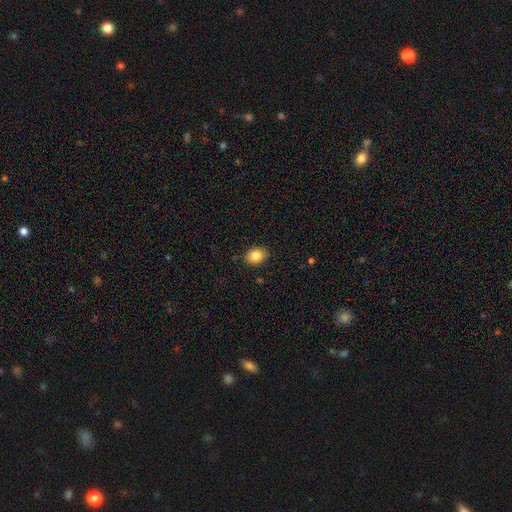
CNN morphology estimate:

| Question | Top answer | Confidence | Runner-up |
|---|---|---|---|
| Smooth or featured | smooth | 84% | star or artifact (9%) |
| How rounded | in between | 70% | round (29%) |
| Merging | none | 88% | minor disturbance (9%) |